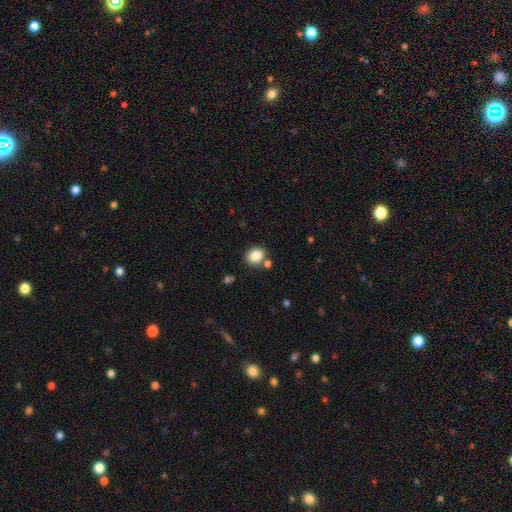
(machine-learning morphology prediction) Smooth or featured? smooth (85%)
How rounded? round (53%)
Merging? none (74%)